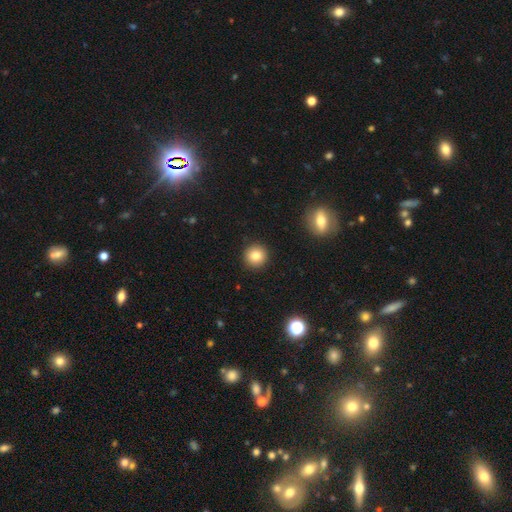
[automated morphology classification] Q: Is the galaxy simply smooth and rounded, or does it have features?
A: smooth — 81%.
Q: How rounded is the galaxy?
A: round — 94%.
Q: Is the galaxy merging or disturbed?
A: none — 92%.